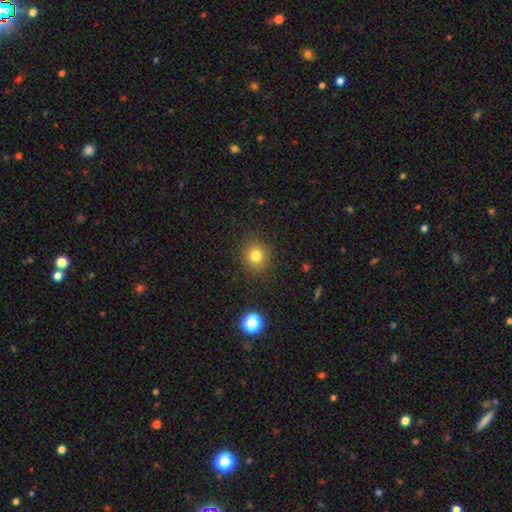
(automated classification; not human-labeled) The model was most divided on "smooth or featured": smooth: 80%, star or artifact: 13%, featured or disk: 7%. More confident: merging — none (89%); how rounded — round (86%).